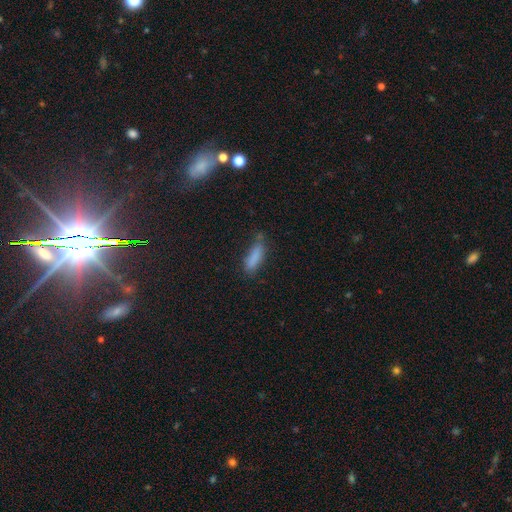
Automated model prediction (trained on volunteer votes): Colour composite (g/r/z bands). It shows a smooth galaxy with no disk features (83%) that is cigar-shaped (53%). Merging: none (61%).